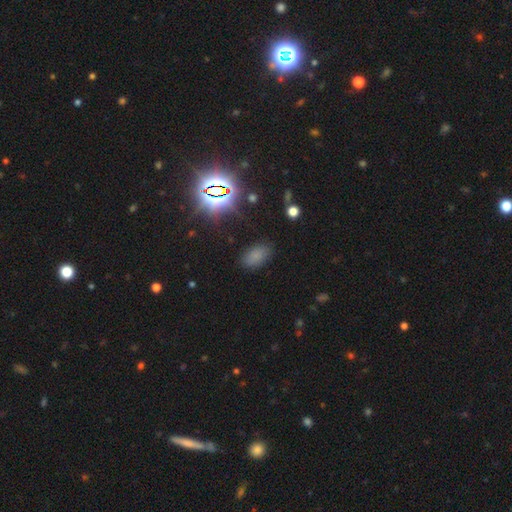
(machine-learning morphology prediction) A smooth galaxy with no disk features (66%) that is in between round and cigar-shaped (91%).

Vote fractions:
- Smooth or featured? smooth: 66% / star or artifact: 26% / featured or disk: 8%
- How rounded? in between: 91% / round: 7% / cigar-shaped: 2%
- Merging? none: 80% / minor disturbance: 13% / major disturbance: 4% / merger: 2%